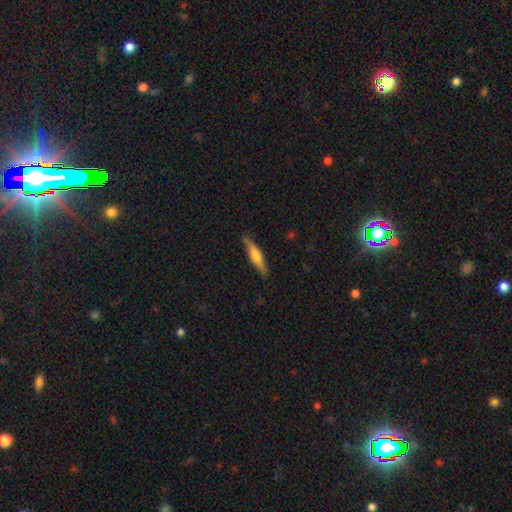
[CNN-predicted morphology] featured or disk 50%, smooth 44%, star or artifact 6%. Down the decision tree: merging — none (87%).